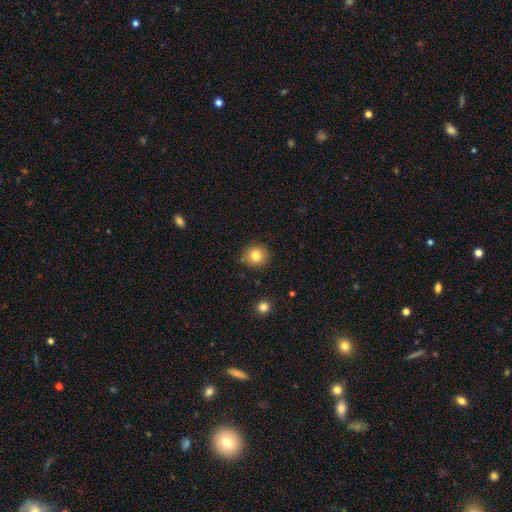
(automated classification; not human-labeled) The model was most divided on "smooth or featured": smooth: 80%, star or artifact: 11%, featured or disk: 9%. More confident: how rounded — round (87%); merging — none (85%).